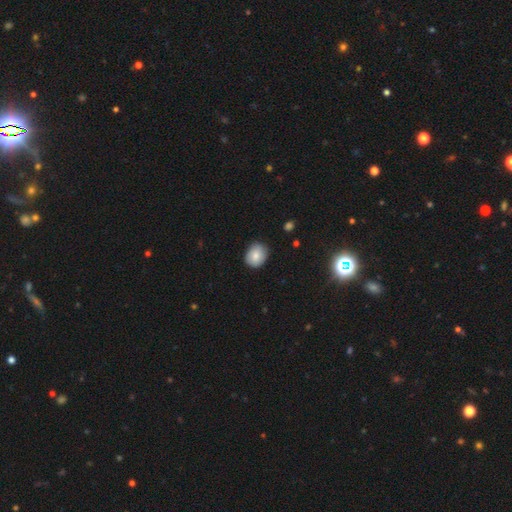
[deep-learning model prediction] Smooth or featured? Predicted: smooth (p=0.79). How rounded? Predicted: round (p=0.59). Merging? Predicted: none (p=0.78).